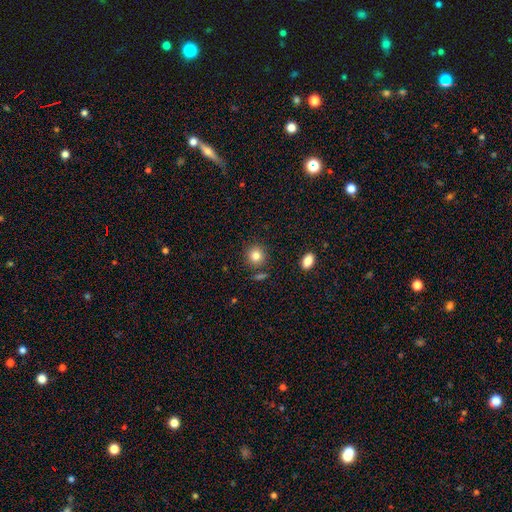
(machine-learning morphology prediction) This appears to be a smooth galaxy with no disk features (82%) that is round (89%). Merging: none (85%).